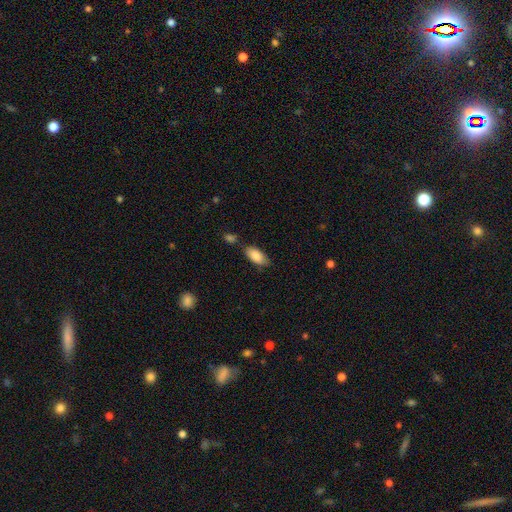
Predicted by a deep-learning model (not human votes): smooth 87%, featured or disk 7%, star or artifact 6%. Down the decision tree: how rounded — in between (91%); merging — none (71%).